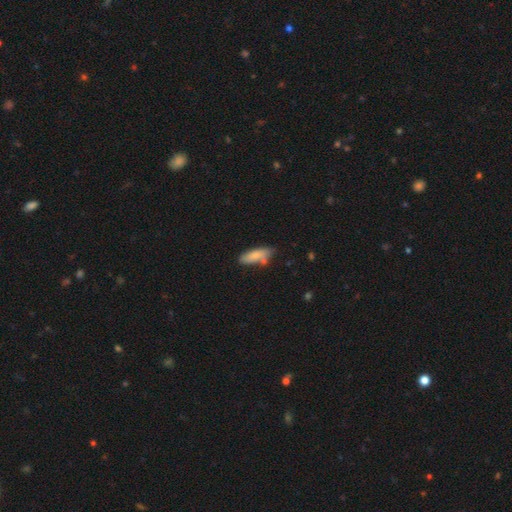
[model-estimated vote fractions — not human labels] smooth_or_featured: smooth (p=0.80) [alt: featured or disk p=0.13]
how_rounded: in between (p=0.65) [alt: cigar-shaped p=0.33]
merging: none (p=0.59) [alt: minor disturbance p=0.25]